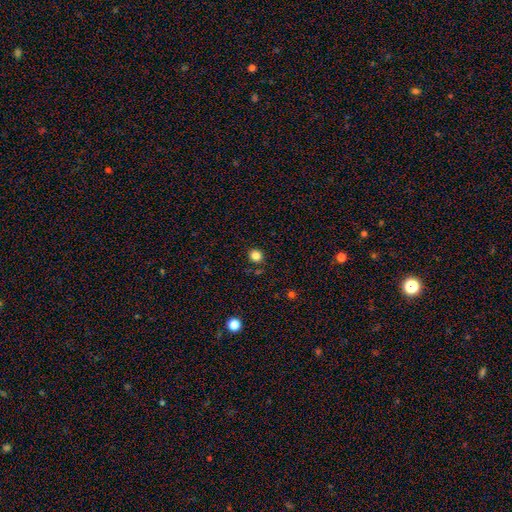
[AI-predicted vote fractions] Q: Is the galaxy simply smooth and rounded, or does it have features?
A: smooth — 84%.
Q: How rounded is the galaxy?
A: round — 84%.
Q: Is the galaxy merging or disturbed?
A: none — 86%.